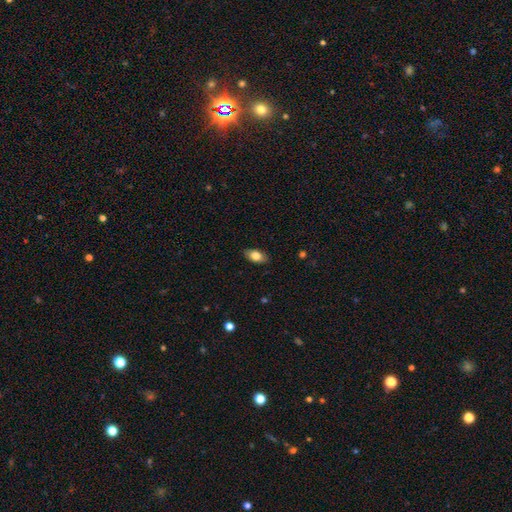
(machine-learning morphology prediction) type=smooth (83%); roundness=in between (92%); merging=none (86%).